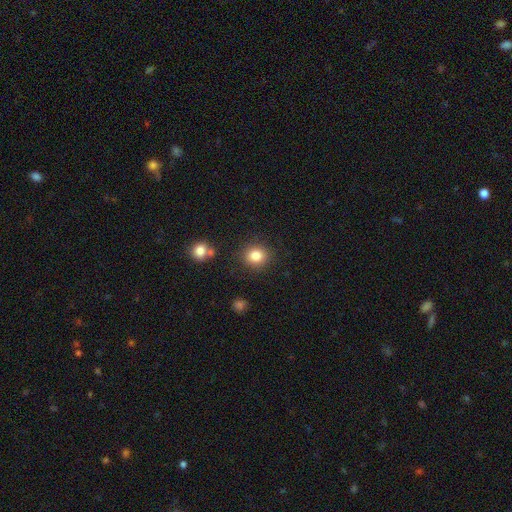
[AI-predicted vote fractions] A smooth galaxy with no disk features (84%) that is round (82%). Merging: none (86%).